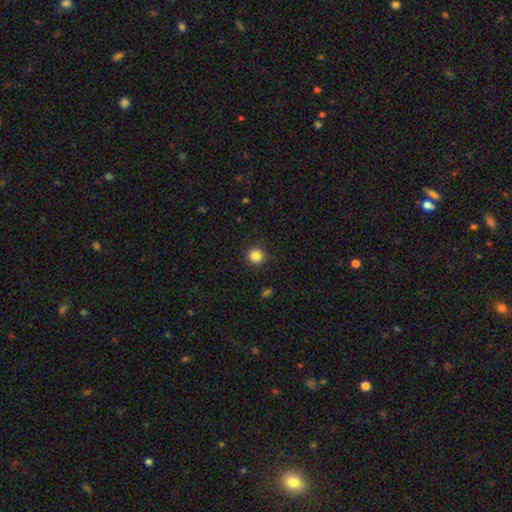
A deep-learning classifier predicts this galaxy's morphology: Smooth or featured? Predicted: smooth (p=0.85). How rounded? Predicted: round (p=0.95). Merging? Predicted: none (p=0.92).